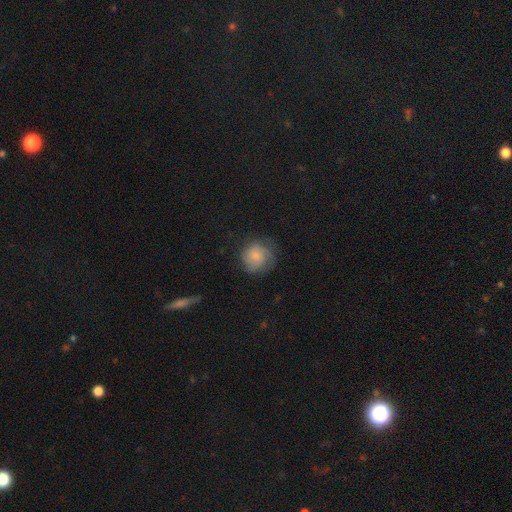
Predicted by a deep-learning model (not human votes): Smooth or featured? Predicted: smooth (p=0.60). How rounded? Predicted: round (p=0.88). Merging? Predicted: none (p=0.63).